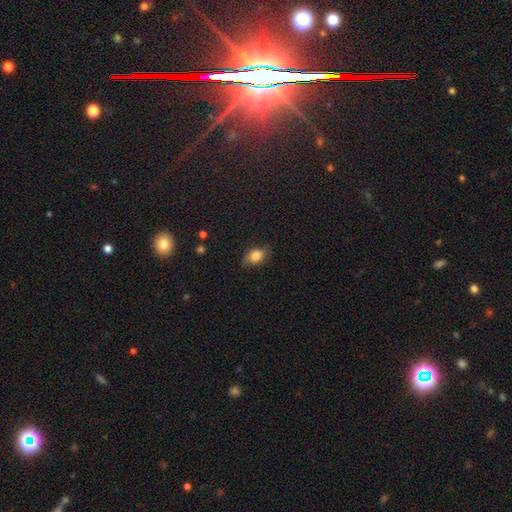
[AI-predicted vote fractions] Q: Smooth or featured?
A: smooth (81%); runner-up: featured or disk (10%)
Q: How rounded?
A: in between (75%); runner-up: round (23%)
Q: Merging?
A: none (71%); runner-up: minor disturbance (23%)